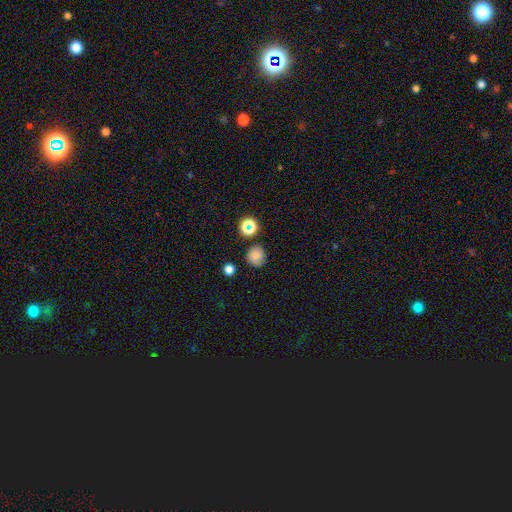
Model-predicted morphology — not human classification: A smooth galaxy with no disk features (75%) that is round (86%).

Vote fractions:
- Smooth or featured? smooth: 75% / star or artifact: 17% / featured or disk: 8%
- How rounded? round: 86% / in between: 13% / cigar-shaped: 1%
- Merging? none: 77% / minor disturbance: 15% / merger: 4% / major disturbance: 4%